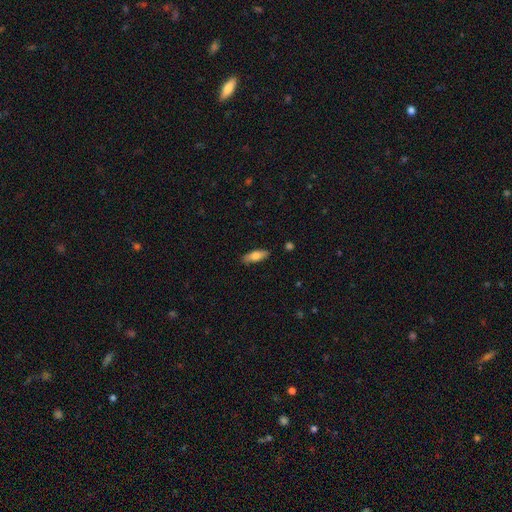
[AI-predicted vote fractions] smooth 73%, featured or disk 21%, star or artifact 6%. Down the decision tree: how rounded — in between (60%); merging — none (86%).